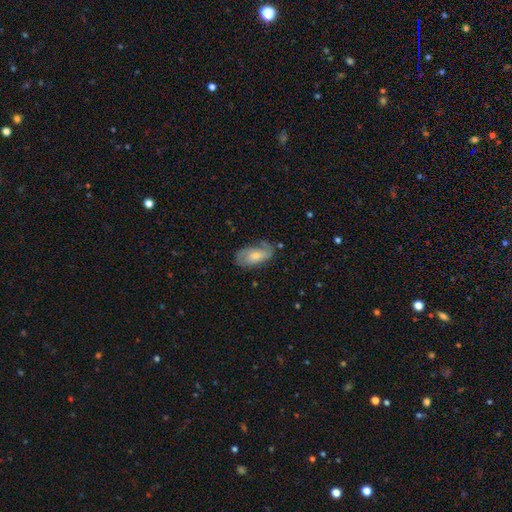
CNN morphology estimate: smooth-or-featured: smooth: 53% | featured or disk: 40% | star or artifact: 7%
  how-rounded: in between: 90% | cigar-shaped: 6% | round: 4%
  merging: none: 58% | minor disturbance: 28% | major disturbance: 11% | merger: 3%